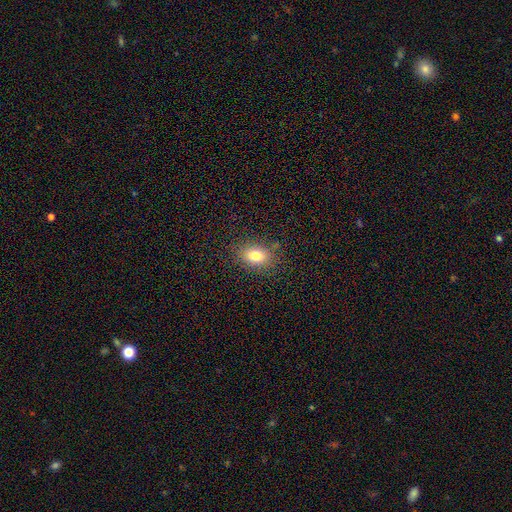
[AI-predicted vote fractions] smooth-or-featured: smooth: 80% | star or artifact: 11% | featured or disk: 9%
  how-rounded: in between: 76% | round: 23% | cigar-shaped: 2%
  merging: none: 84% | minor disturbance: 11% | major disturbance: 3% | merger: 2%